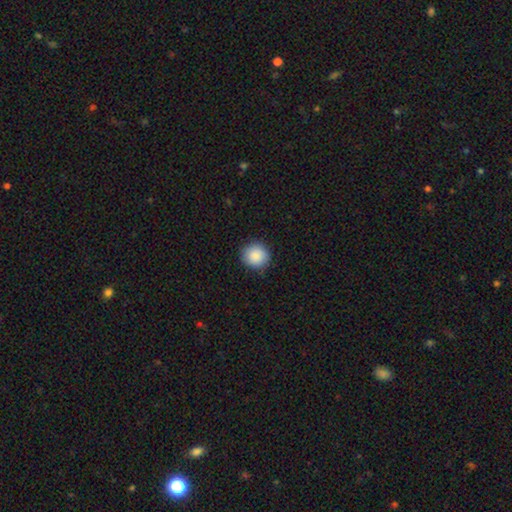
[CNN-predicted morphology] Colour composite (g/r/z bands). It shows a smooth galaxy with no disk features (88%) that is round (92%). Merging: none (89%).